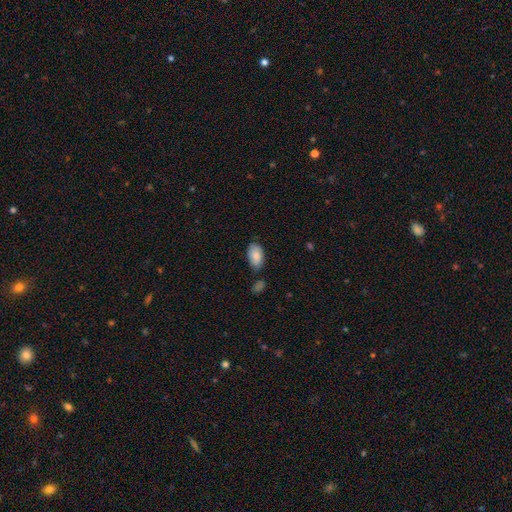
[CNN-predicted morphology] This is clearly a smooth galaxy (84%). How rounded: clearly in between (94%). Merging: likely none (67%).